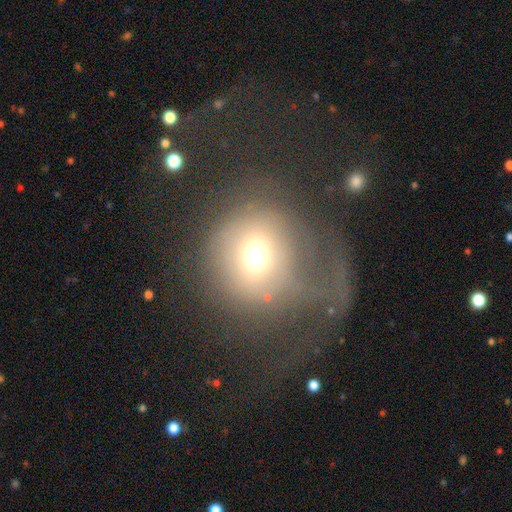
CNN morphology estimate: Smooth or featured: smooth — 62% (featured or disk — 24%)
How rounded: round — 85% (in between — 14%)
Merging: major disturbance — 52% (none — 30%)